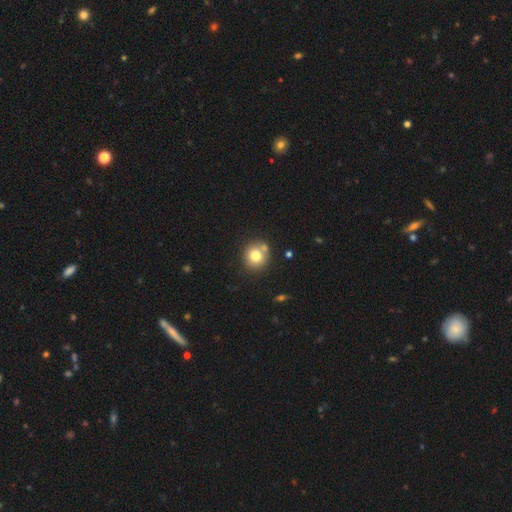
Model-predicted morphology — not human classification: A smooth galaxy with no disk features (76%) that is round (88%). Merging: none (70%).